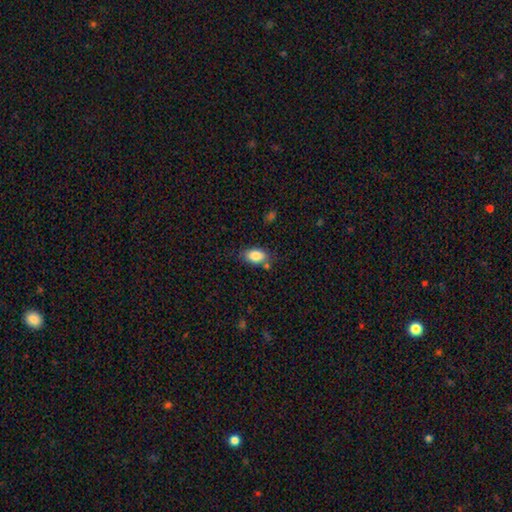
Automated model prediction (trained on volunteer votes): A smooth galaxy with no disk features (85%) that is in between round and cigar-shaped (89%). Merging: none (72%).